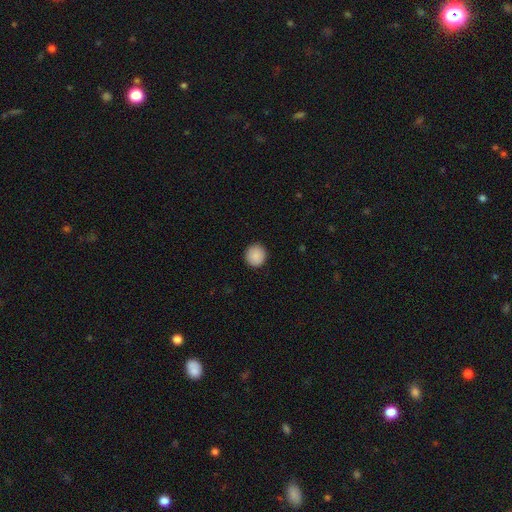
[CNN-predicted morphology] This appears to be a smooth galaxy with no disk features (89%) that is round (94%). Merging: none (92%).